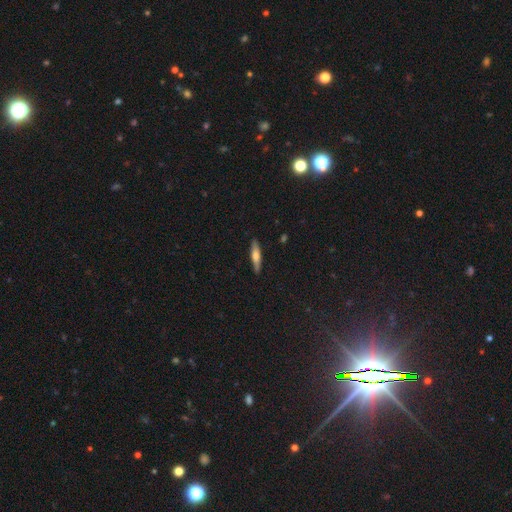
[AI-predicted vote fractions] smooth_or_featured: smooth (p=0.53) [alt: featured or disk p=0.41]
how_rounded: cigar-shaped (p=0.83) [alt: in between p=0.15]
merging: none (p=0.88) [alt: minor disturbance p=0.09]